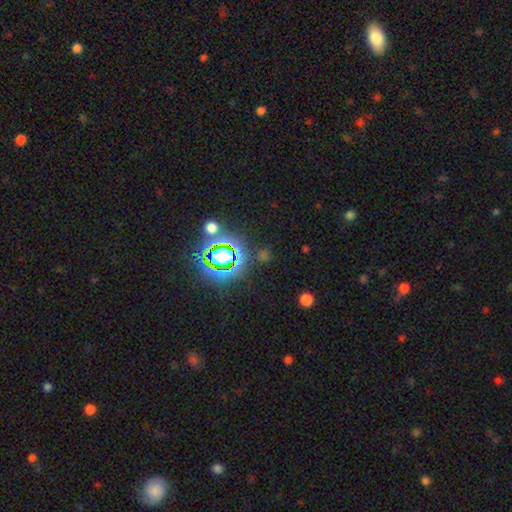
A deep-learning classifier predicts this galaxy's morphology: The model was most divided on "smooth or featured": star or artifact: 72%, smooth: 18%, featured or disk: 9%.